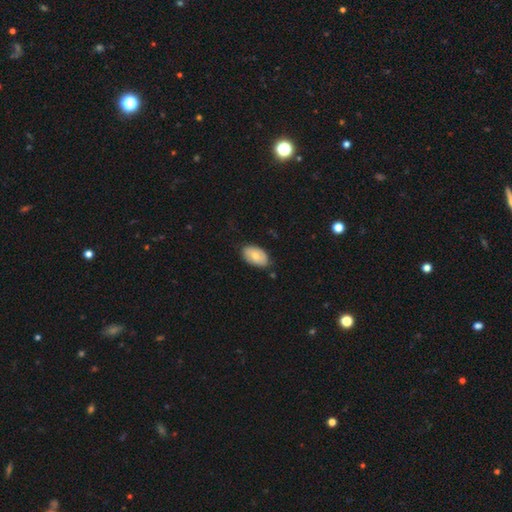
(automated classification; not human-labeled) smooth-or-featured: smooth: 70% | featured or disk: 23% | star or artifact: 6%
  how-rounded: in between: 93% | round: 6% | cigar-shaped: 1%
  merging: none: 78% | minor disturbance: 18% | major disturbance: 3% | merger: 1%